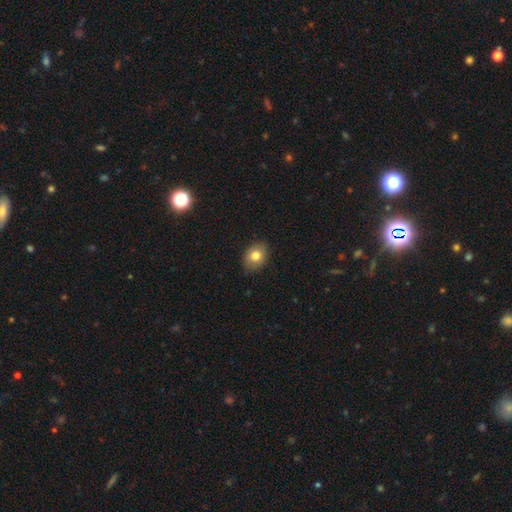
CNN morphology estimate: type=smooth (80%); roundness=in between (59%); merging=none (87%).